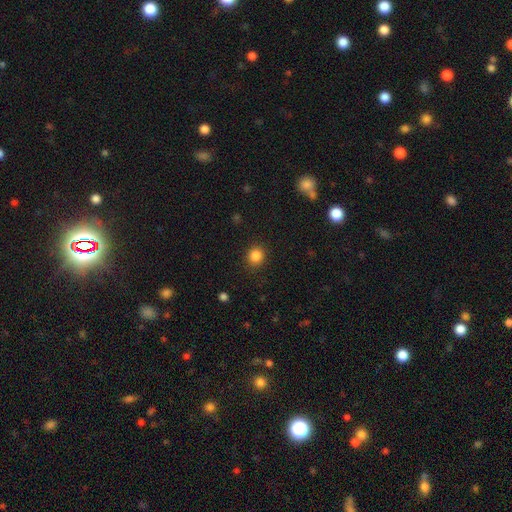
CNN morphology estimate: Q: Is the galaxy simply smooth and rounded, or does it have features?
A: smooth — 85%.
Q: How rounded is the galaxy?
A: round — 86%.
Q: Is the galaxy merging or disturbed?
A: none — 89%.